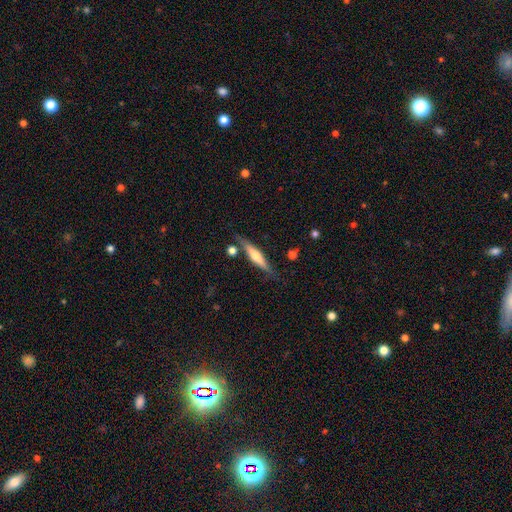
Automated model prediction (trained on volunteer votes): The model was most divided on "smooth or featured": featured or disk: 56%, smooth: 38%, star or artifact: 6%. More confident: edge-on disk — yes (94%); edge-on bulge — rounded (85%); merging — none (78%).